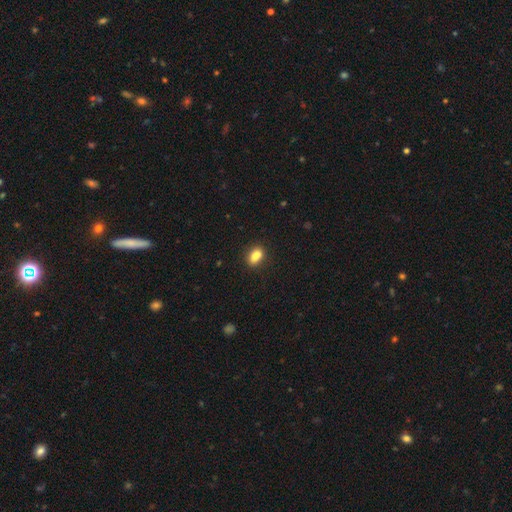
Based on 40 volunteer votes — Smooth or featured? smooth (78%)
How rounded? in between (87%)
Merging? none (63%)